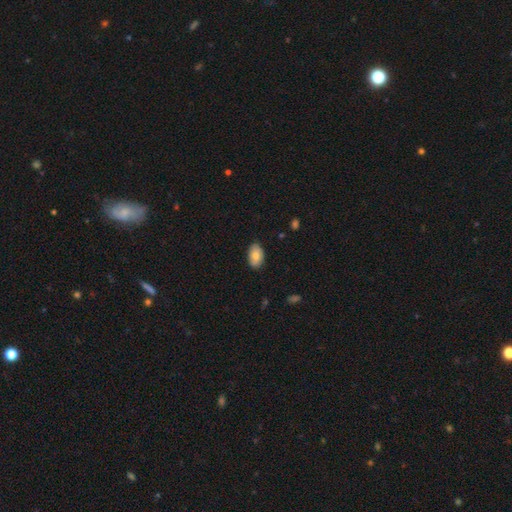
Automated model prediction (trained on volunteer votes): Smooth or featured? Predicted: smooth (p=0.80). How rounded? Predicted: in between (p=0.92). Merging? Predicted: none (p=0.84).